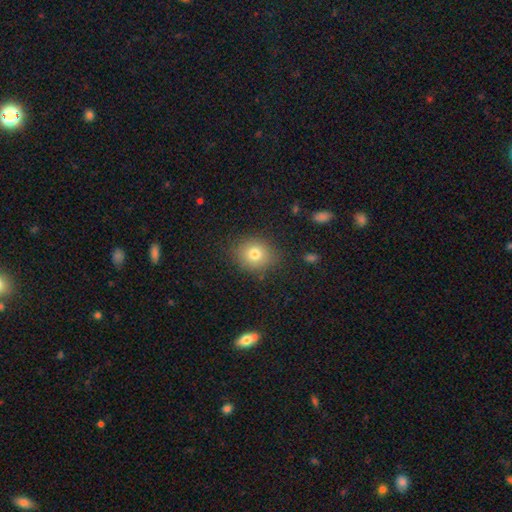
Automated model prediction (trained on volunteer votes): A smooth galaxy with no disk features (76%) that is round (72%). Merging: none (89%).